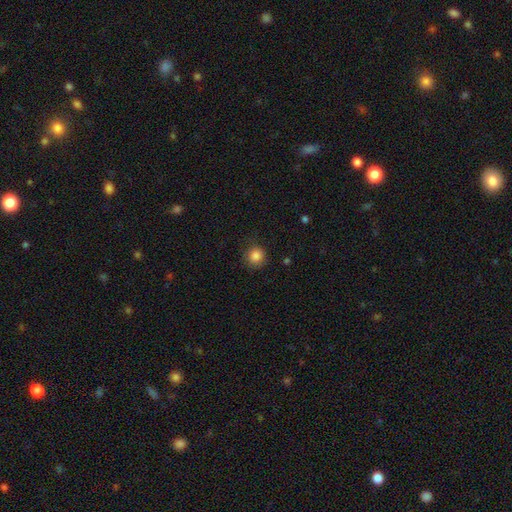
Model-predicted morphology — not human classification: A smooth galaxy with no disk features (85%) that is round (93%).

Vote fractions:
- Smooth or featured? smooth: 85% / star or artifact: 11% / featured or disk: 4%
- How rounded? round: 93% / in between: 6% / cigar-shaped: 1%
- Merging? none: 84% / minor disturbance: 12% / major disturbance: 3% / merger: 1%